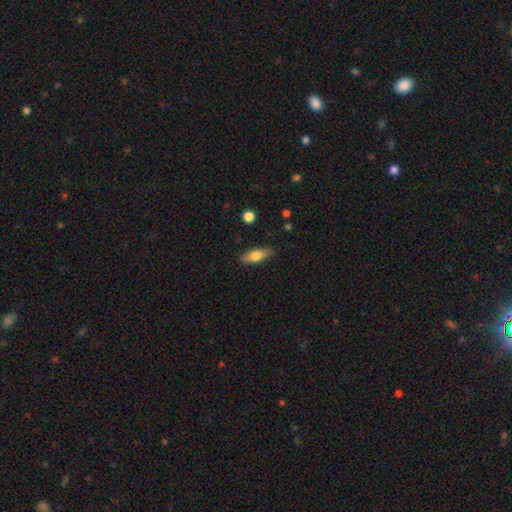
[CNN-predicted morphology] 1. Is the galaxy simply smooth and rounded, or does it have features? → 70% smooth, 23% featured or disk, 7% star or artifact.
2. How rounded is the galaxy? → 67% in between, 30% cigar-shaped, 3% round.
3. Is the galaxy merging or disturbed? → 82% none, 14% minor disturbance, 3% major disturbance, 1% merger.